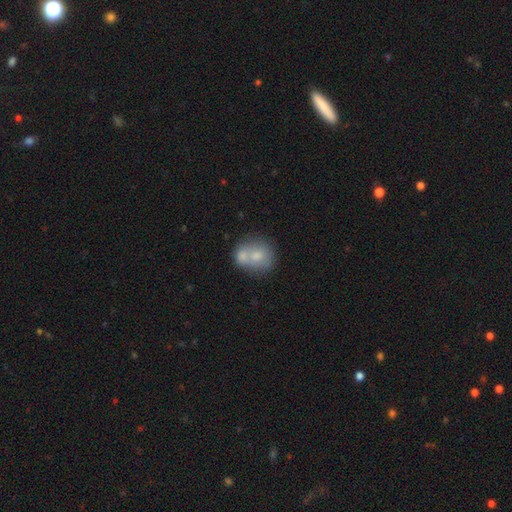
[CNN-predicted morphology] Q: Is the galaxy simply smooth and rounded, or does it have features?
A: smooth — 69%.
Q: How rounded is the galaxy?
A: round — 72%.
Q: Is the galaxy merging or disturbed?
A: merger — 57%.